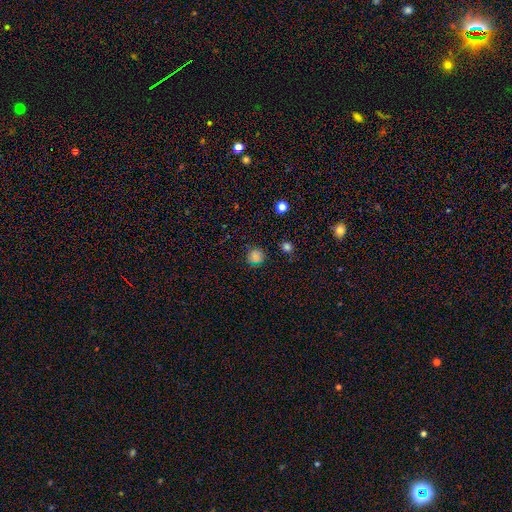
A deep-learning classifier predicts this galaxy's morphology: Smooth or featured: smooth — 75% (star or artifact — 20%)
How rounded: round — 90% (in between — 9%)
Merging: none — 83% (minor disturbance — 11%)